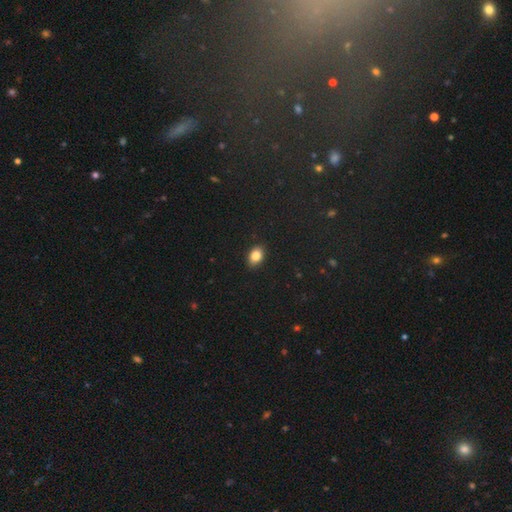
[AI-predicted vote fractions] smooth-or-featured: smooth: 85% | star or artifact: 9% | featured or disk: 6%
  how-rounded: in between: 81% | round: 18% | cigar-shaped: 1%
  merging: none: 88% | minor disturbance: 9% | major disturbance: 2% | merger: 1%